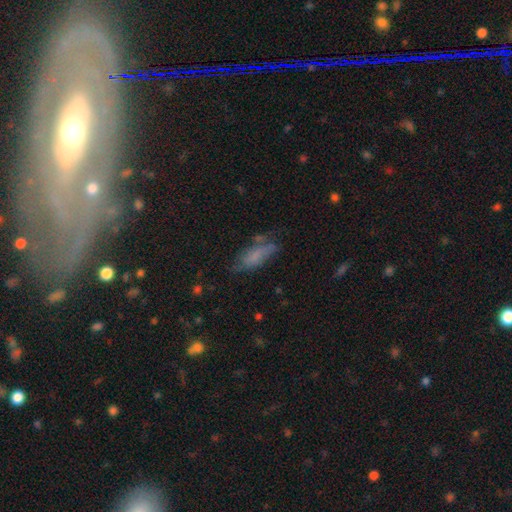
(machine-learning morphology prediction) Smooth or featured?
  - smooth: 66% *
  - featured or disk: 23%
  - star or artifact: 11%
How rounded?
  - in between: 64% *
  - cigar-shaped: 33%
  - round: 3%
Merging?
  - none: 53% *
  - minor disturbance: 28%
  - major disturbance: 14%
  - merger: 5%